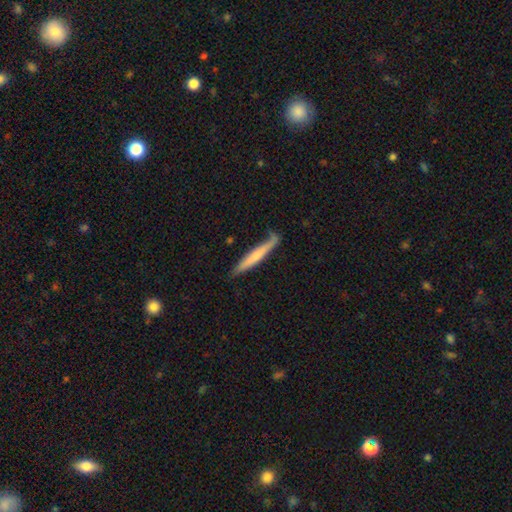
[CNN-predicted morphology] A smooth galaxy with no disk features (57%) that is cigar-shaped (95%).

Vote fractions:
- Smooth or featured? smooth: 57% / featured or disk: 39% / star or artifact: 5%
- How rounded? cigar-shaped: 95% / in between: 3% / round: 1%
- Merging? none: 69% / minor disturbance: 22% / major disturbance: 5% / merger: 4%